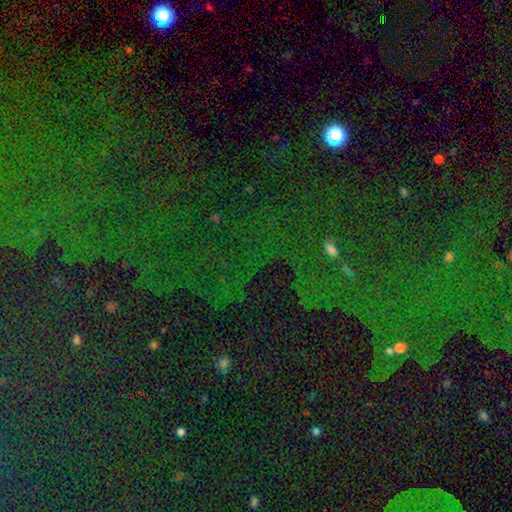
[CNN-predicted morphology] This is likely a star or artifact rather than a galaxy (76%).